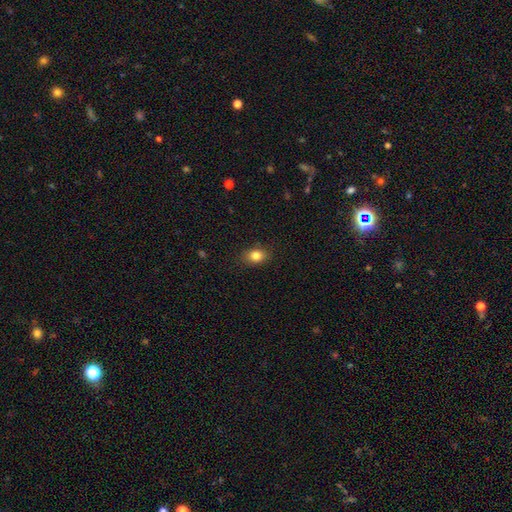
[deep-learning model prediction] smooth-or-featured: smooth: 83% | star or artifact: 10% | featured or disk: 7%
  how-rounded: in between: 70% | round: 28% | cigar-shaped: 1%
  merging: none: 85% | minor disturbance: 11% | major disturbance: 3% | merger: 1%